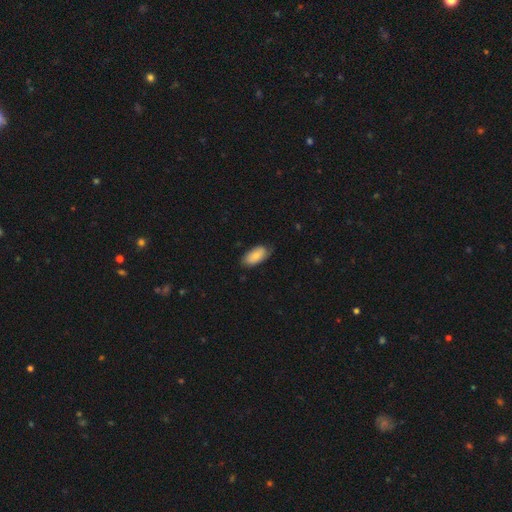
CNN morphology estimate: Q: Smooth or featured?
A: smooth (78%); runner-up: featured or disk (16%)
Q: How rounded?
A: in between (93%); runner-up: cigar-shaped (4%)
Q: Merging?
A: none (73%); runner-up: minor disturbance (22%)